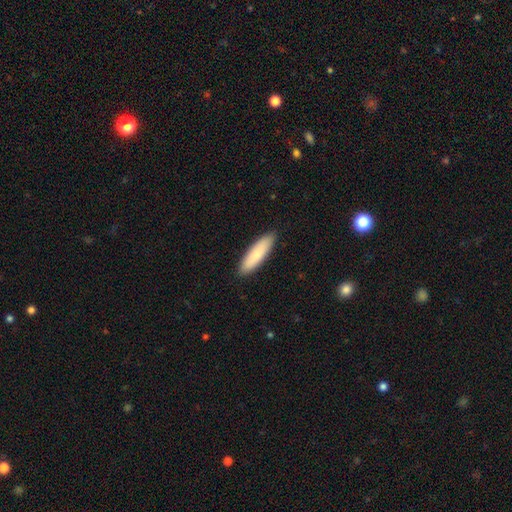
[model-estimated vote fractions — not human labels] Q: Smooth or featured?
A: smooth (83%); runner-up: featured or disk (12%)
Q: How rounded?
A: cigar-shaped (63%); runner-up: in between (35%)
Q: Merging?
A: none (90%); runner-up: minor disturbance (8%)